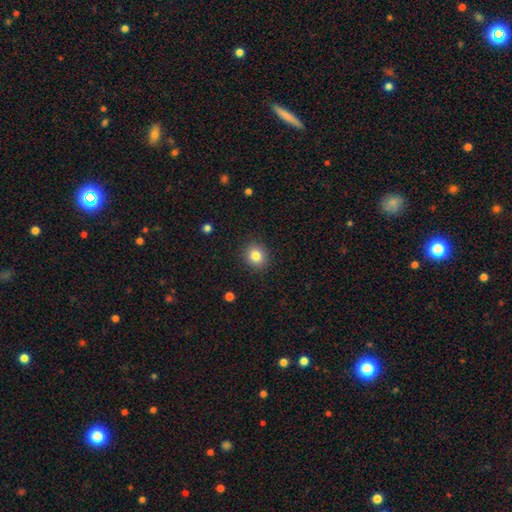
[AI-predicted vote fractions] This is clearly a smooth galaxy (82%). How rounded: likely round (78%). Merging: clearly none (90%).